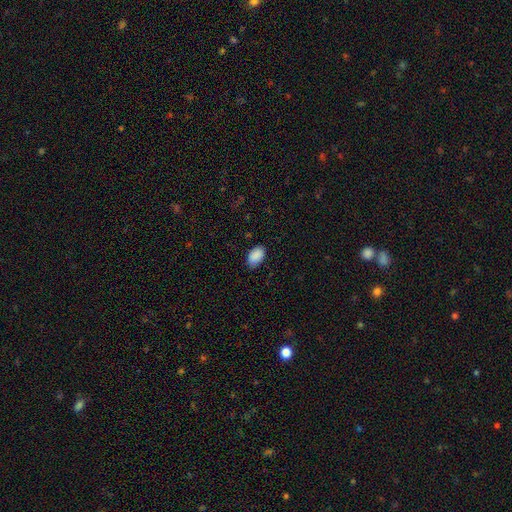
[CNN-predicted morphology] The model was most divided on "merging": none: 82%, minor disturbance: 14%, major disturbance: 2%, merger: 1%. More confident: how rounded — in between (92%); smooth or featured — smooth (90%).